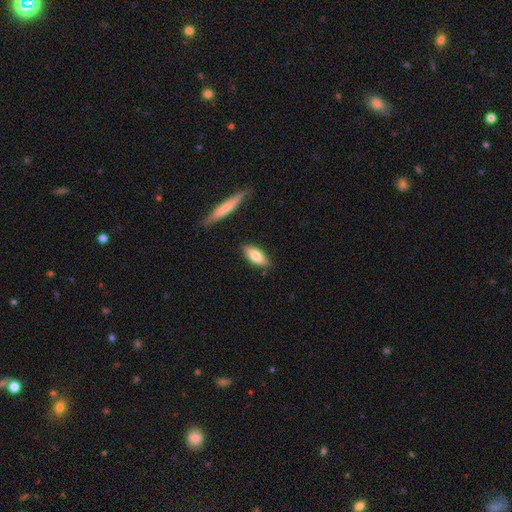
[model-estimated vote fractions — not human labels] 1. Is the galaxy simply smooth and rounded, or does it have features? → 77% smooth, 17% featured or disk, 6% star or artifact.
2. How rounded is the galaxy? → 75% in between, 23% cigar-shaped, 2% round.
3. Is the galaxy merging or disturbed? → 83% none, 12% minor disturbance, 3% merger, 2% major disturbance.